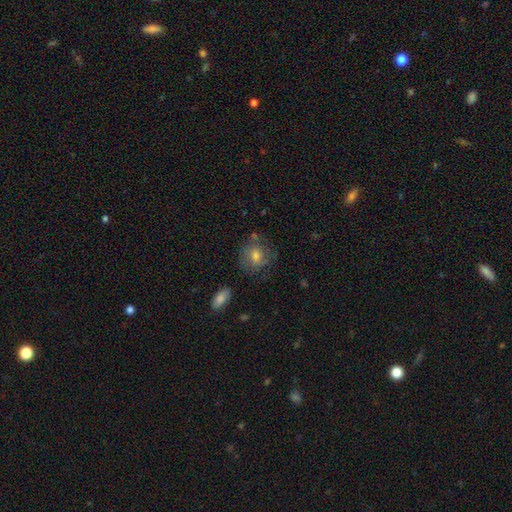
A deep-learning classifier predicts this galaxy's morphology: type=smooth (59%); roundness=round (73%); merging=none (69%).